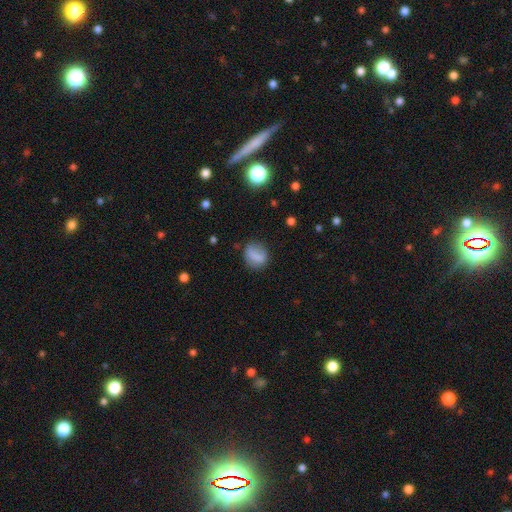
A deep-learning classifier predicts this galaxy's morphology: Smooth or featured? smooth (77%)
How rounded? round (50%)
Merging? none (67%)